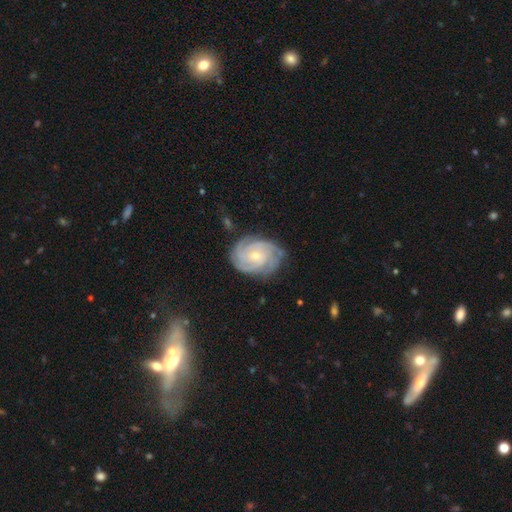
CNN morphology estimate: Smooth or featured?
  - featured or disk: 87% *
  - smooth: 7%
  - star or artifact: 5%
Edge-on disk?
  - no: 98% *
  - yes: 2%
Bar?
  - no: 72% *
  - weak: 23%
  - strong: 5%
Spiral arms?
  - yes: 98% *
  - no: 2%
Spiral winding?
  - tight: 76% *
  - medium: 21%
  - loose: 3%
Spiral arm count?
  - 4: 30% *
  - 3: 27%
  - can't tell: 19%
  - 2: 11%
  - more than 4: 8%
  - 1: 6%
Bulge size?
  - small: 66% *
  - moderate: 31%
  - none: 1%
  - large: 1%
  - dominant: 1%
Merging?
  - none: 77% *
  - minor disturbance: 17%
  - major disturbance: 5%
  - merger: 1%